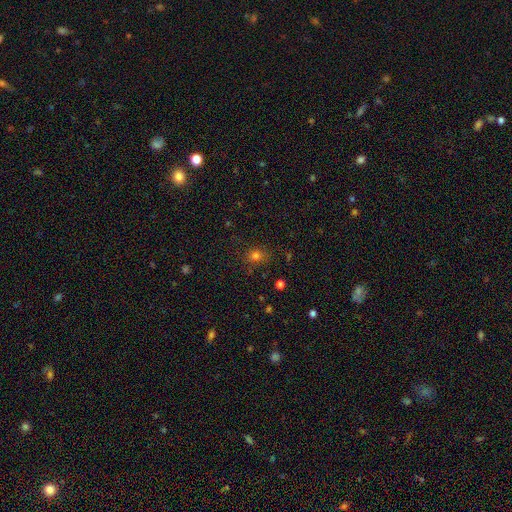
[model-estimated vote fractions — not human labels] Smooth or featured?
  - smooth: 75% *
  - star or artifact: 18%
  - featured or disk: 7%
How rounded?
  - round: 61% *
  - in between: 38%
  - cigar-shaped: 1%
Merging?
  - none: 78% *
  - minor disturbance: 15%
  - major disturbance: 5%
  - merger: 2%